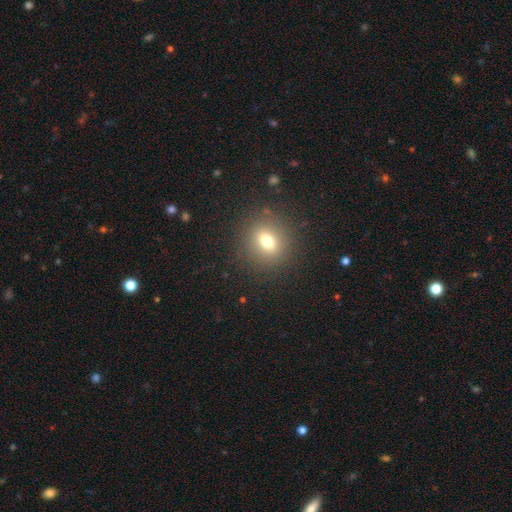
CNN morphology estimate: Smooth or featured: smooth — 65% (star or artifact — 27%)
How rounded: round — 87% (in between — 12%)
Merging: none — 92% (minor disturbance — 5%)